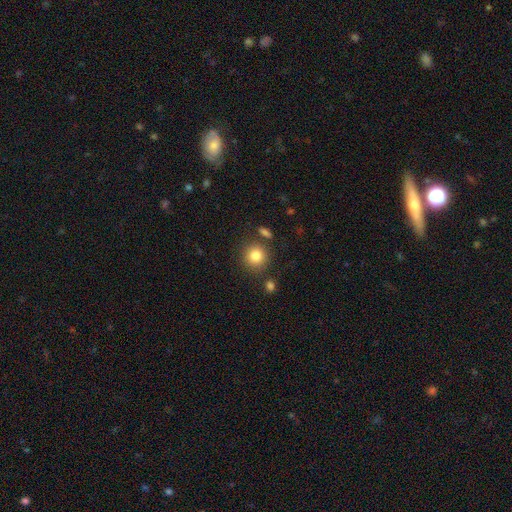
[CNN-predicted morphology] smooth-or-featured: smooth: 83% | star or artifact: 10% | featured or disk: 6%
  how-rounded: round: 89% | in between: 10% | cigar-shaped: 1%
  merging: none: 80% | minor disturbance: 10% | merger: 7% | major disturbance: 3%